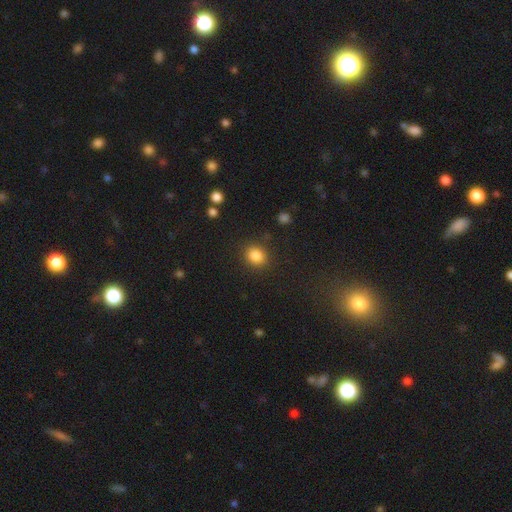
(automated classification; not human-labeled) smooth 85%, star or artifact 10%, featured or disk 4%. Down the decision tree: how rounded — round (71%); merging — none (85%).